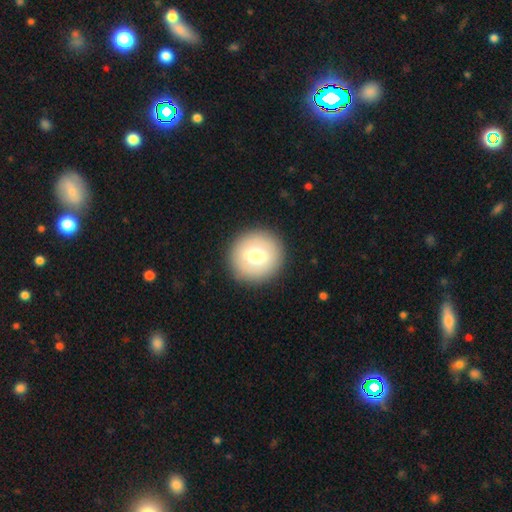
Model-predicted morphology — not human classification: smooth 63%, featured or disk 29%, star or artifact 8%. Down the decision tree: how rounded — round (92%); merging — none (89%).